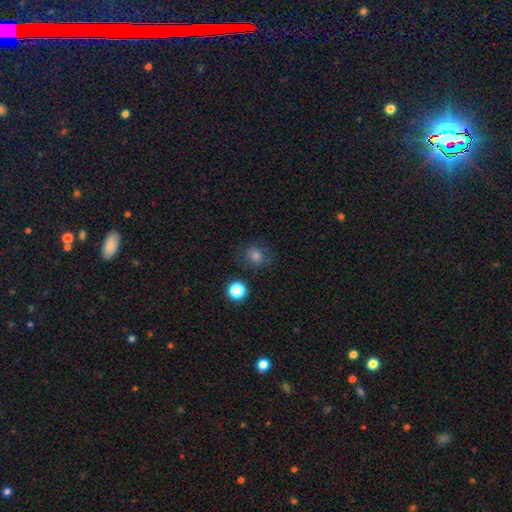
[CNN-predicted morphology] Smooth or featured: smooth — 69% (star or artifact — 19%)
How rounded: round — 74% (in between — 25%)
Merging: none — 78% (minor disturbance — 14%)